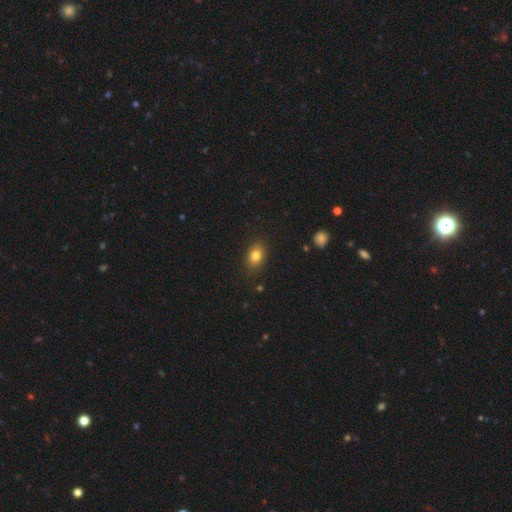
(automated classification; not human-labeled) Smooth or featured: smooth — 82% (star or artifact — 10%)
How rounded: in between — 75% (round — 23%)
Merging: none — 86% (minor disturbance — 10%)